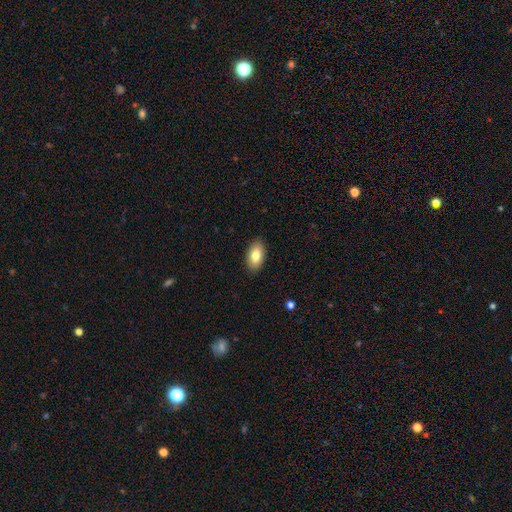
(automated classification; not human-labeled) Morphology: type=smooth (81%); roundness=in between (94%); merging=none (89%).